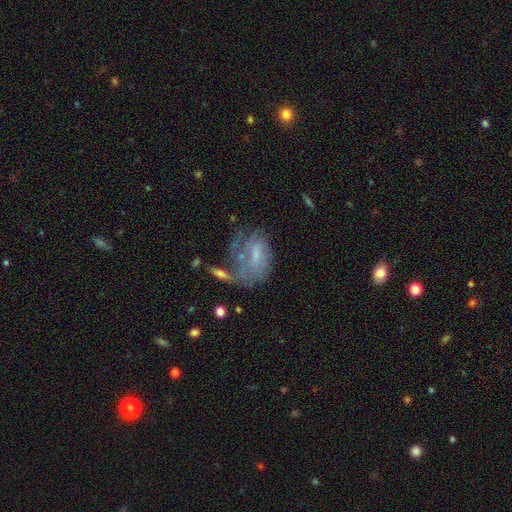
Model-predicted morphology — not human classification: Smooth or featured?
  - featured or disk: 55% *
  - smooth: 35%
  - star or artifact: 11%
Edge-on disk?
  - no: 94% *
  - yes: 6%
Bar?
  - weak: 43% *
  - no: 41%
  - strong: 16%
Spiral arms?
  - yes: 54% *
  - no: 46%
Bulge size?
  - small: 40% *
  - none: 30%
  - moderate: 25%
  - large: 4%
  - dominant: 1%
Merging?
  - major disturbance: 36% *
  - none: 27%
  - minor disturbance: 20%
  - merger: 17%